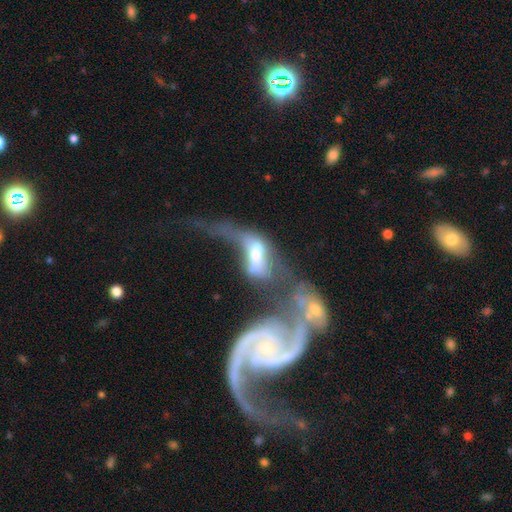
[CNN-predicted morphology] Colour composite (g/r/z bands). It shows a featured or disk galaxy (62%) with no bar (46%), spiral arms (50%, tied with no) and a moderate central bulge (39%). Merging: merger (69%).